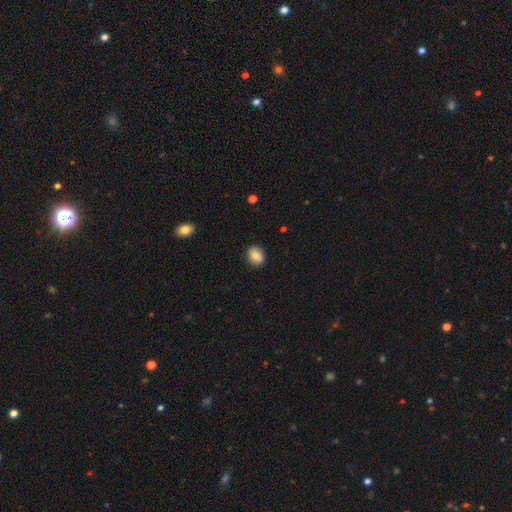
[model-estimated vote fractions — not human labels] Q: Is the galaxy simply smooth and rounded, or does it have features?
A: smooth — 84%.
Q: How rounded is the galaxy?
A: round — 51%.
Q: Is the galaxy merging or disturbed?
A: none — 88%.